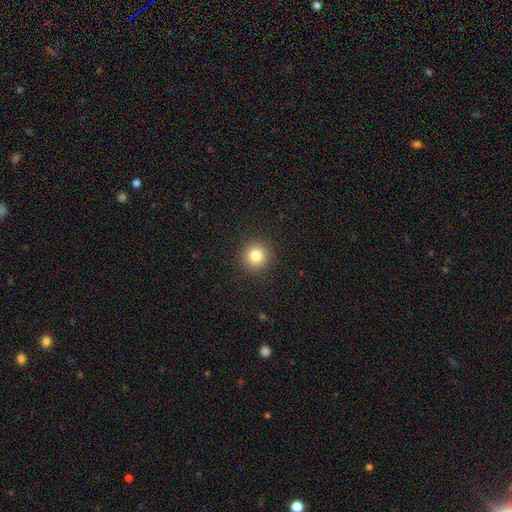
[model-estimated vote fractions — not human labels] Smooth or featured?
  - smooth: 82% *
  - star or artifact: 12%
  - featured or disk: 6%
How rounded?
  - round: 95% *
  - in between: 4%
  - cigar-shaped: 1%
Merging?
  - none: 92% *
  - minor disturbance: 5%
  - major disturbance: 2%
  - merger: 1%